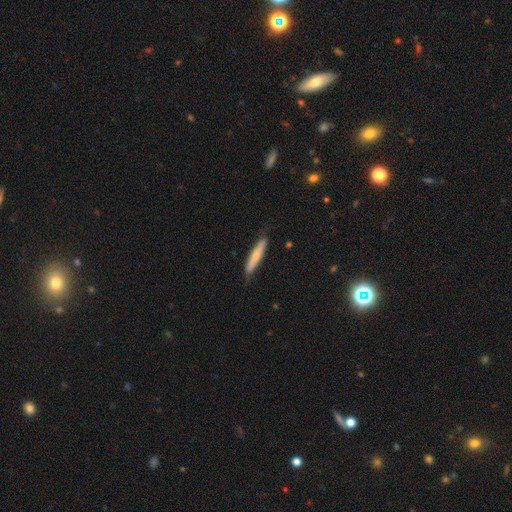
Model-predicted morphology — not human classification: smooth-or-featured: smooth: 61% | featured or disk: 34% | star or artifact: 5%
  how-rounded: cigar-shaped: 91% | in between: 7% | round: 1%
  merging: none: 80% | minor disturbance: 16% | major disturbance: 2% | merger: 1%